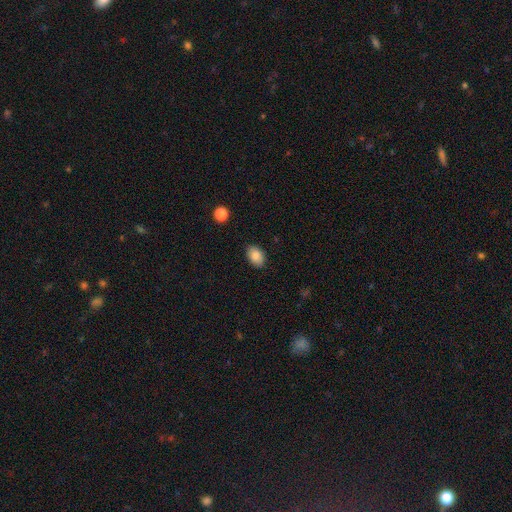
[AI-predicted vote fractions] Smooth or featured?
  - smooth: 87% *
  - star or artifact: 8%
  - featured or disk: 5%
How rounded?
  - in between: 86% *
  - round: 13%
  - cigar-shaped: 1%
Merging?
  - none: 87% *
  - minor disturbance: 10%
  - major disturbance: 2%
  - merger: 1%